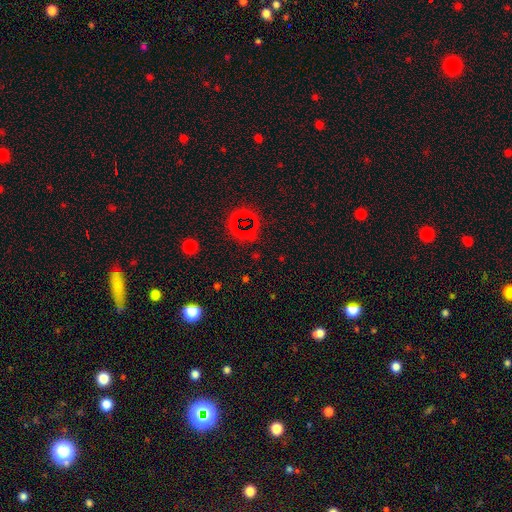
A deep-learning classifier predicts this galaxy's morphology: Smooth or featured?
  - star or artifact: 67% *
  - smooth: 25%
  - featured or disk: 8%